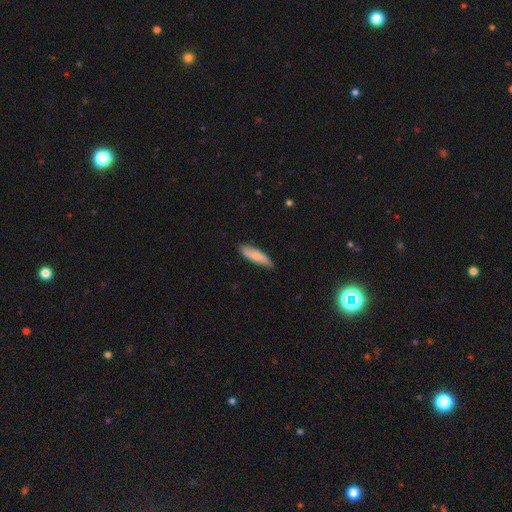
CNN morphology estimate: This is clearly a smooth galaxy (82%). How rounded: likely cigar-shaped (61%). Merging: likely none (77%).